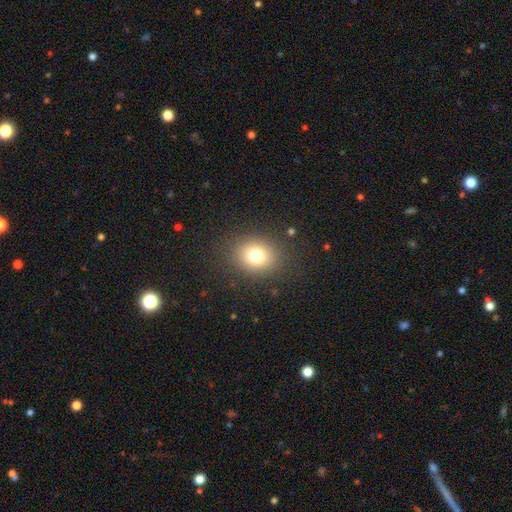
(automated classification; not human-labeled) Smooth or featured: smooth — 75% (star or artifact — 15%)
How rounded: round — 64% (in between — 35%)
Merging: none — 87% (minor disturbance — 8%)